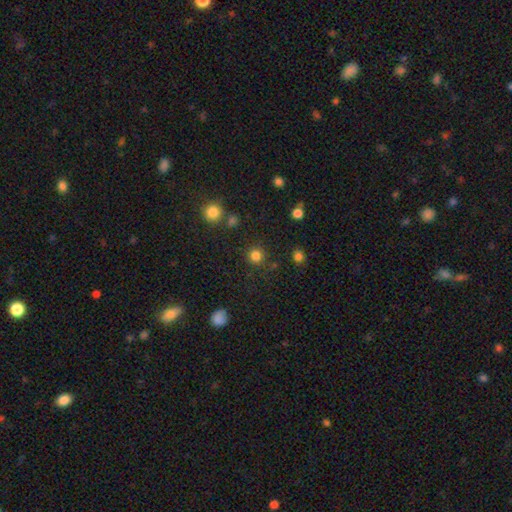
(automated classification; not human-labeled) A smooth galaxy with no disk features (81%) that is round (94%). Merging: none (87%).